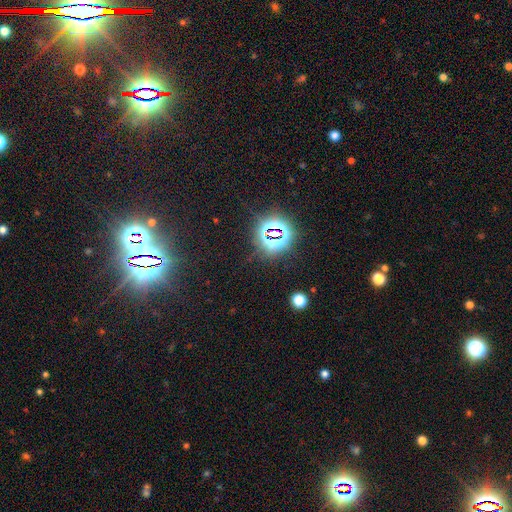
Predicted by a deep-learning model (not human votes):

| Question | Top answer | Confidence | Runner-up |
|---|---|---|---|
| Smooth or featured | star or artifact | 83% | smooth (9%) |